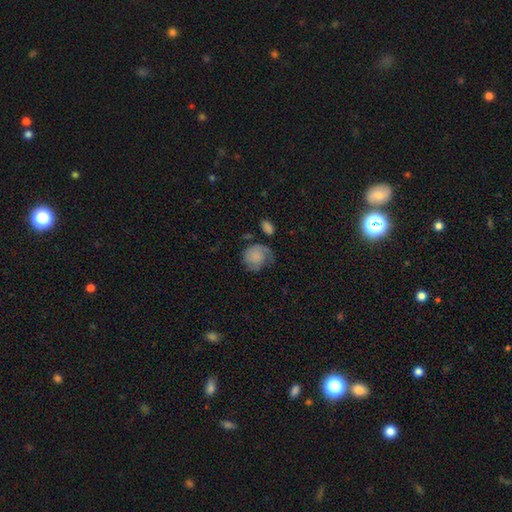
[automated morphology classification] A smooth galaxy with no disk features (65%) that is round (70%).

Vote fractions:
- Smooth or featured? smooth: 65% / featured or disk: 27% / star or artifact: 8%
- How rounded? round: 70% / in between: 29% / cigar-shaped: 1%
- Merging? none: 39% / minor disturbance: 33% / major disturbance: 24% / merger: 5%